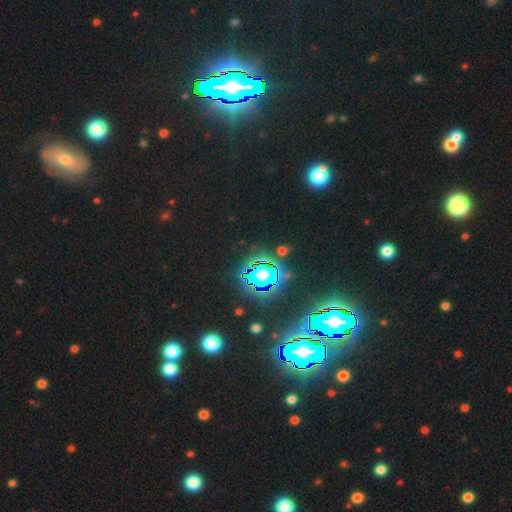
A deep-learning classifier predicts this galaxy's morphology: A star or artifact, not a galaxy (83%).